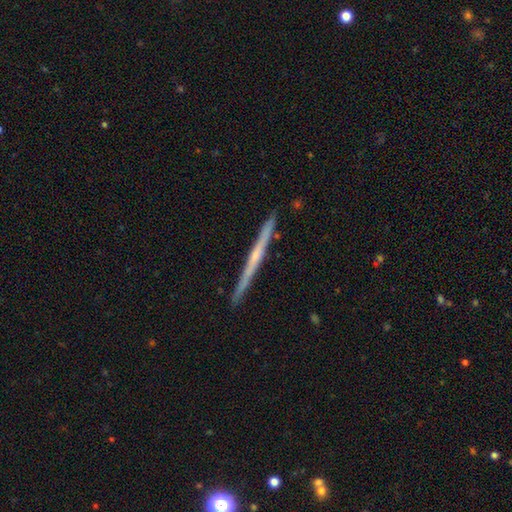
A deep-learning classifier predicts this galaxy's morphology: Smooth or featured: featured or disk — 71% (smooth — 23%)
Edge-on disk: yes — 98% (no — 2%)
Edge-on bulge: none — 57% (rounded — 37%)
Merging: none — 91% (minor disturbance — 6%)